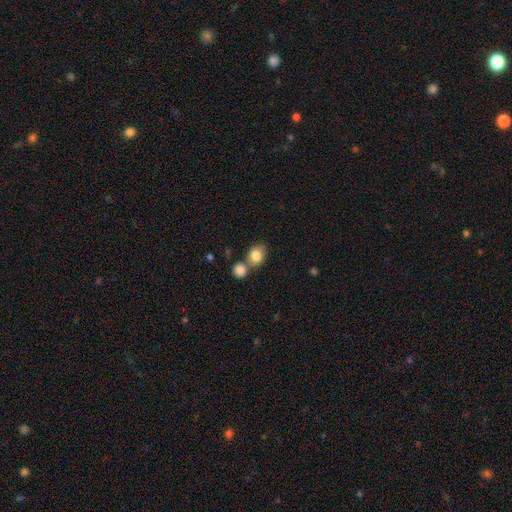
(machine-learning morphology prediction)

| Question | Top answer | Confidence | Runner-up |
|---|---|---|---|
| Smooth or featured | smooth | 84% | star or artifact (8%) |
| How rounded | round | 55% | in between (44%) |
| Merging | none | 49% | merger (37%) |